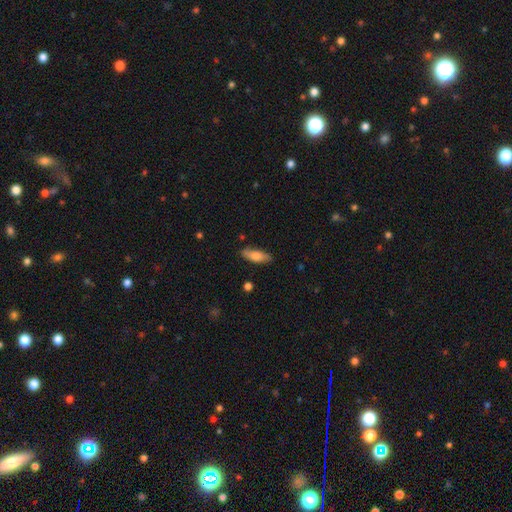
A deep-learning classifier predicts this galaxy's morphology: Q: Smooth or featured?
A: smooth (72%); runner-up: featured or disk (22%)
Q: How rounded?
A: in between (59%); runner-up: cigar-shaped (38%)
Q: Merging?
A: none (83%); runner-up: minor disturbance (13%)